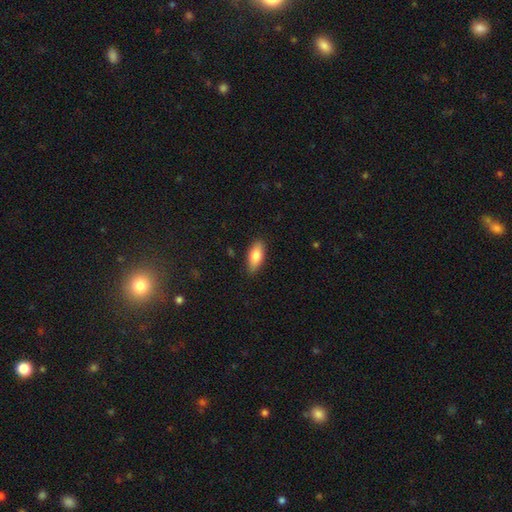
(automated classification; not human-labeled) A smooth galaxy with no disk features (81%) that is in between round and cigar-shaped (83%). Merging: none (86%).